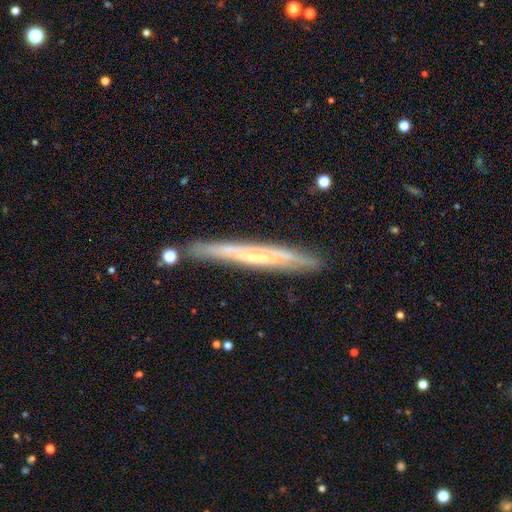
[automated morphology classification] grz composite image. It shows a featured or disk galaxy (67%) viewed edge-on (86%) with no central bulge (75%). Merging: none (82%).